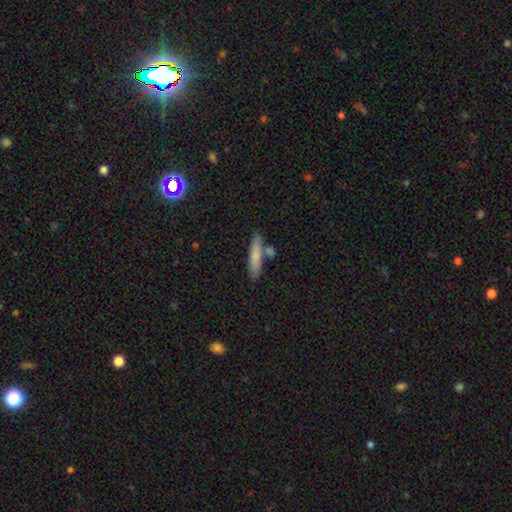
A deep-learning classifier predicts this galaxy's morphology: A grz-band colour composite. It shows a smooth galaxy with no disk features (77%) that is cigar-shaped (82%). Merging: none (73%).